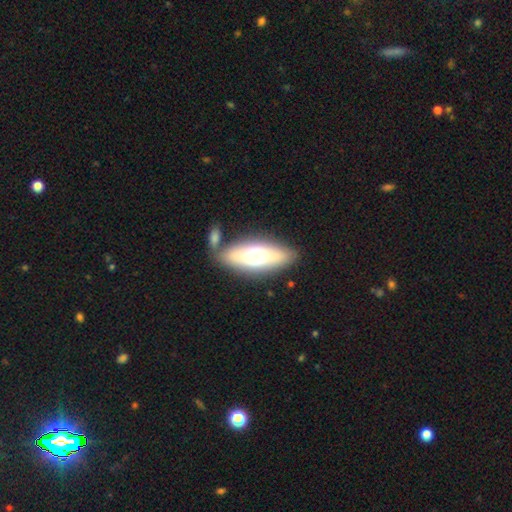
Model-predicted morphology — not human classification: Smooth or featured?
  - smooth: 60% *
  - featured or disk: 34%
  - star or artifact: 7%
How rounded?
  - in between: 65% *
  - cigar-shaped: 33%
  - round: 3%
Merging?
  - none: 68% *
  - merger: 15%
  - minor disturbance: 12%
  - major disturbance: 4%